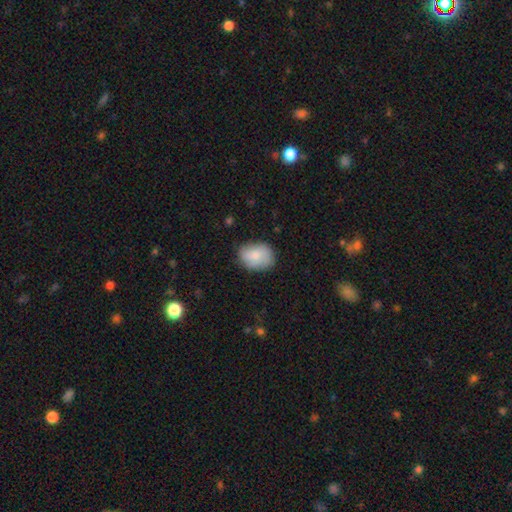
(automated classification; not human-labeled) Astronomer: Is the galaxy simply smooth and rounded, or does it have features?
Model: smooth — 79%.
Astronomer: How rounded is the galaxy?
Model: in between — 72%.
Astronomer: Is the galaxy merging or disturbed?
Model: none — 71%.